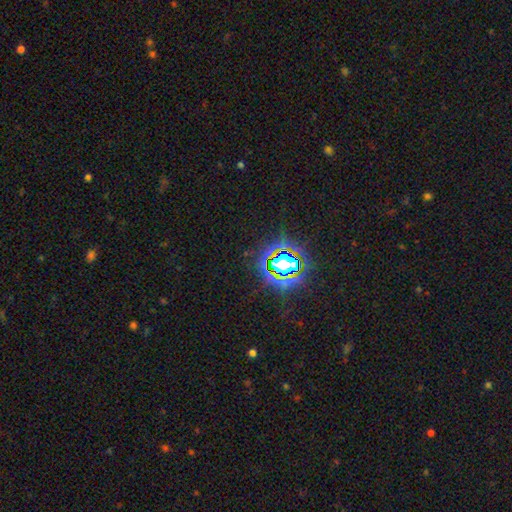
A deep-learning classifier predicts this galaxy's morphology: smooth-or-featured: star or artifact: 81% | smooth: 11% | featured or disk: 8%